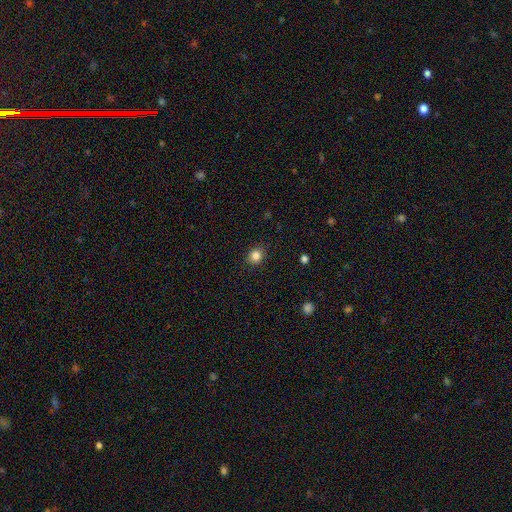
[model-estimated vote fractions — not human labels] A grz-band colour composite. It shows a smooth galaxy with no disk features (84%) that is round (74%). Merging: none (87%).